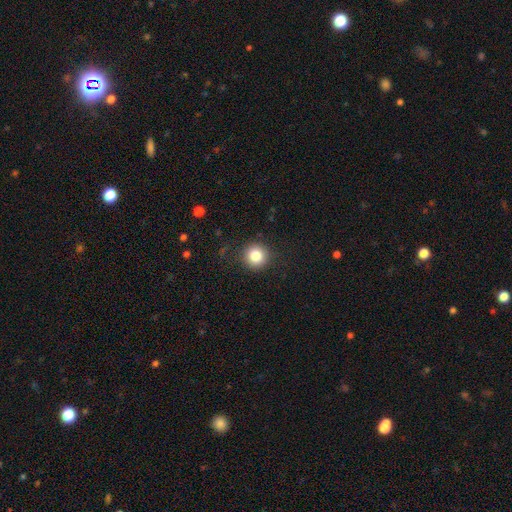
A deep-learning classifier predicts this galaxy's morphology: A smooth galaxy with no disk features (83%) that is round (94%).

Vote fractions:
- Smooth or featured? smooth: 83% / star or artifact: 11% / featured or disk: 6%
- How rounded? round: 94% / in between: 5% / cigar-shaped: 1%
- Merging? none: 89% / minor disturbance: 7% / major disturbance: 3% / merger: 1%